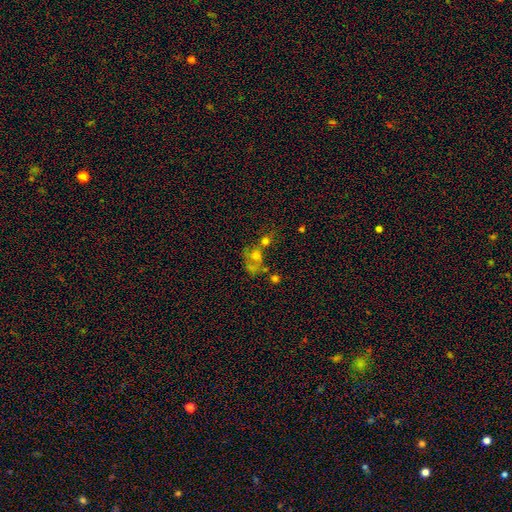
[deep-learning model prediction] This appears to be a smooth galaxy with no disk features (47%). Merging: merger (49%).